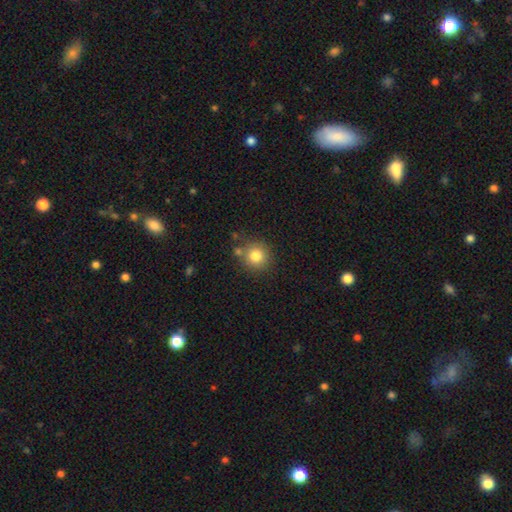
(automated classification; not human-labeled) Q: Smooth or featured?
A: smooth (81%); runner-up: star or artifact (11%)
Q: How rounded?
A: round (91%); runner-up: in between (8%)
Q: Merging?
A: none (76%); runner-up: minor disturbance (11%)